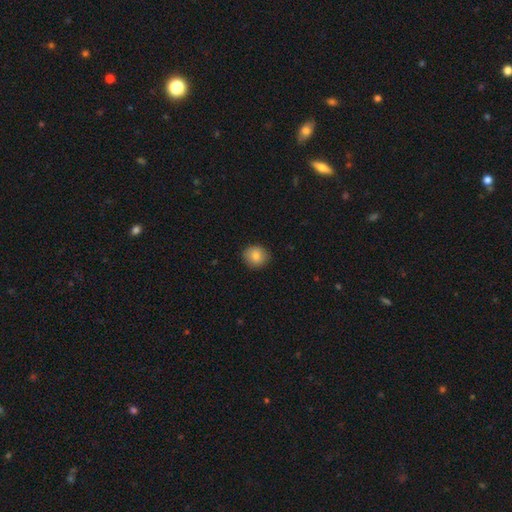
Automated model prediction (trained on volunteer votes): smooth_or_featured: smooth (p=0.83) [alt: star or artifact p=0.09]
how_rounded: round (p=0.86) [alt: in between p=0.13]
merging: none (p=0.89) [alt: minor disturbance p=0.08]